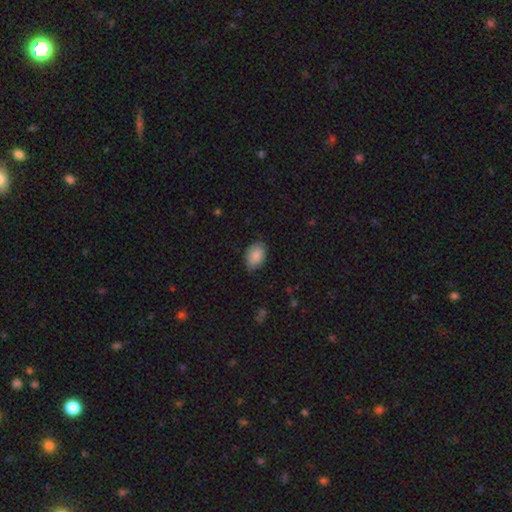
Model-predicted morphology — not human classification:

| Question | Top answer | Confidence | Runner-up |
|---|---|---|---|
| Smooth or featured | smooth | 86% | featured or disk (7%) |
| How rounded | in between | 85% | round (14%) |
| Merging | none | 76% | minor disturbance (20%) |